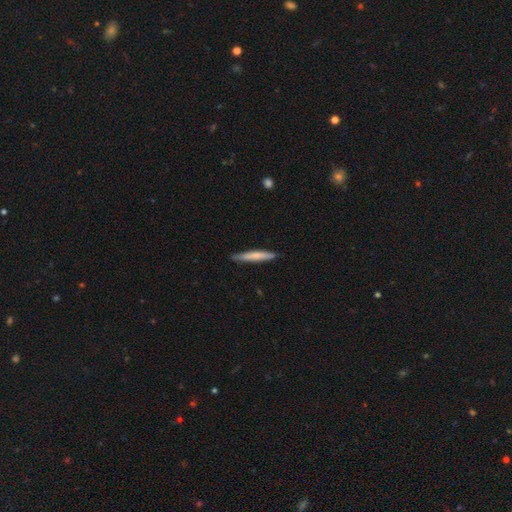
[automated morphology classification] This appears to be a smooth galaxy with no disk features (67%) that is cigar-shaped (95%). Merging: none (87%).